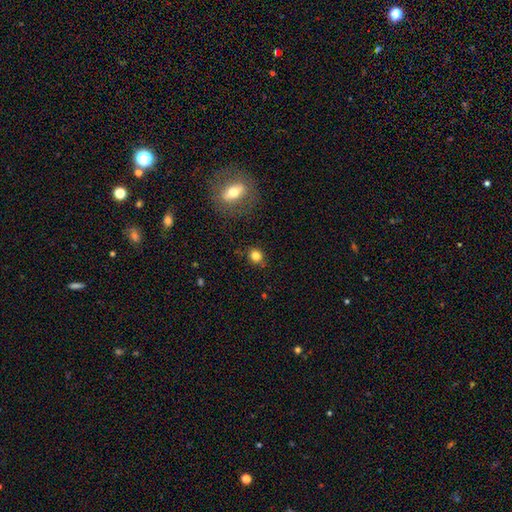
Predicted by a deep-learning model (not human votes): Smooth or featured?
  - smooth: 81% *
  - star or artifact: 12%
  - featured or disk: 7%
How rounded?
  - round: 81% *
  - in between: 18%
  - cigar-shaped: 1%
Merging?
  - none: 84% *
  - minor disturbance: 11%
  - major disturbance: 3%
  - merger: 2%